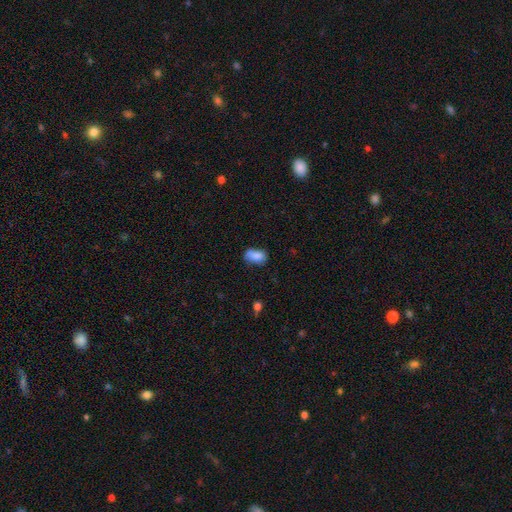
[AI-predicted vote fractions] This appears to be a smooth galaxy with no disk features (82%) that is in between round and cigar-shaped (88%). Merging: none (52%).